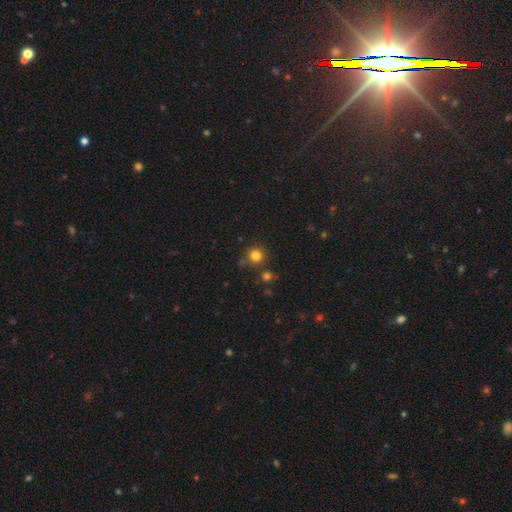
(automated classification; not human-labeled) Q: Smooth or featured?
A: smooth (80%); runner-up: star or artifact (14%)
Q: How rounded?
A: round (94%); runner-up: in between (5%)
Q: Merging?
A: none (80%); runner-up: minor disturbance (9%)